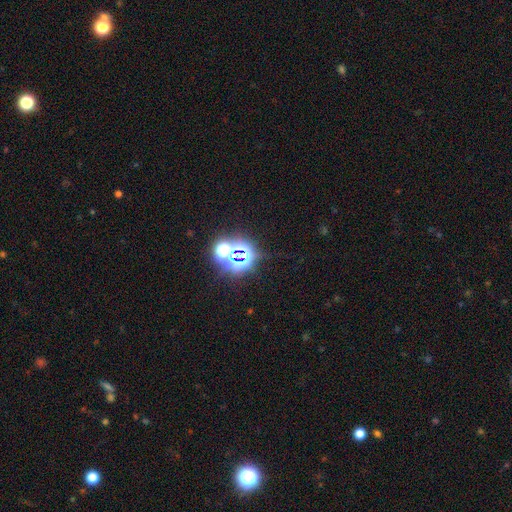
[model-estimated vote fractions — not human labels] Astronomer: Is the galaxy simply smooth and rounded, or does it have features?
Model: star or artifact — 73%.